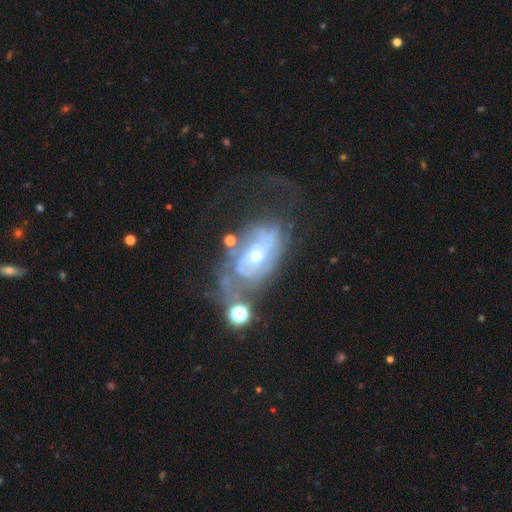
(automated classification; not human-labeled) Smooth or featured: featured or disk — 80% (smooth — 12%)
Edge-on disk: no — 95% (yes — 5%)
Bar: no — 67% (weak — 26%)
Spiral arms: yes — 84% (no — 16%)
Spiral winding: tight — 53% (medium — 32%)
Spiral arm count: can't tell — 44% (2 — 33%)
Bulge size: moderate — 52% (small — 41%)
Merging: none — 37% (major disturbance — 32%)